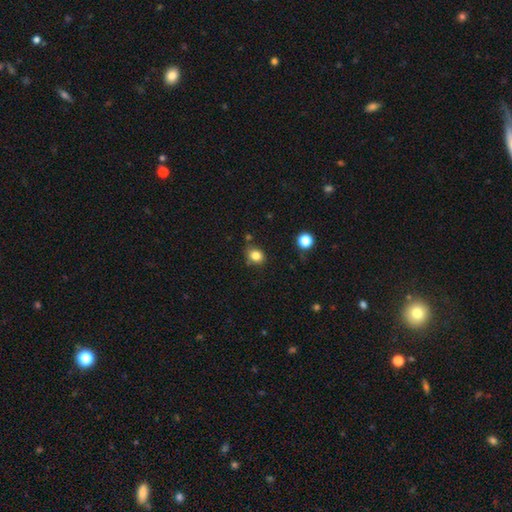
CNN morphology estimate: Smooth or featured: smooth — 82% (star or artifact — 12%)
How rounded: round — 62% (in between — 37%)
Merging: none — 73% (minor disturbance — 18%)